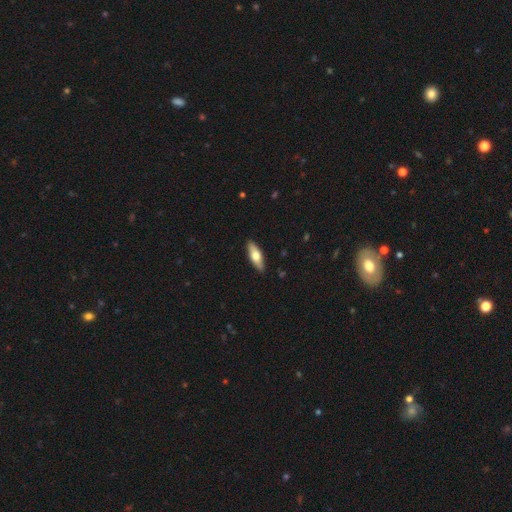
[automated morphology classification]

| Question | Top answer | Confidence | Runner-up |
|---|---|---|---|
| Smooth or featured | smooth | 62% | featured or disk (33%) |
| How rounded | in between | 54% | cigar-shaped (44%) |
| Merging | none | 89% | minor disturbance (8%) |